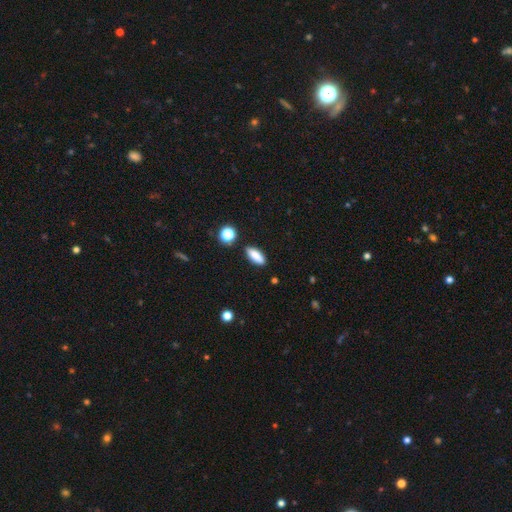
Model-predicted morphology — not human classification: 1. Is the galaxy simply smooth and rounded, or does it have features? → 84% smooth, 8% star or artifact, 8% featured or disk.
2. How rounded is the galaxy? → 67% in between, 30% cigar-shaped, 3% round.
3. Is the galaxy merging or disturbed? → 86% none, 9% minor disturbance, 3% merger, 2% major disturbance.